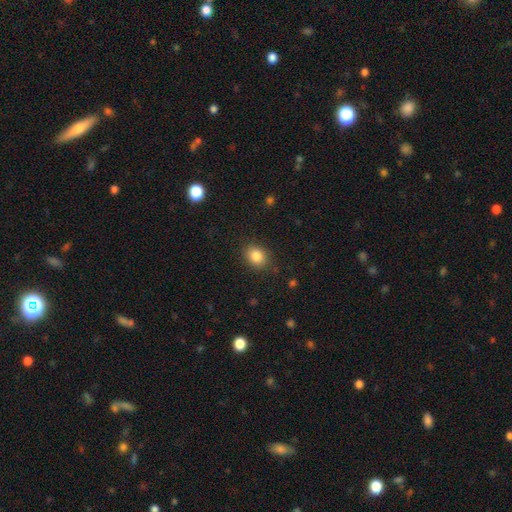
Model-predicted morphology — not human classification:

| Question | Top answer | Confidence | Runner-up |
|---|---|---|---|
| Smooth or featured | smooth | 85% | star or artifact (10%) |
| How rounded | in between | 50% | round (49%) |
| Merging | none | 86% | minor disturbance (10%) |